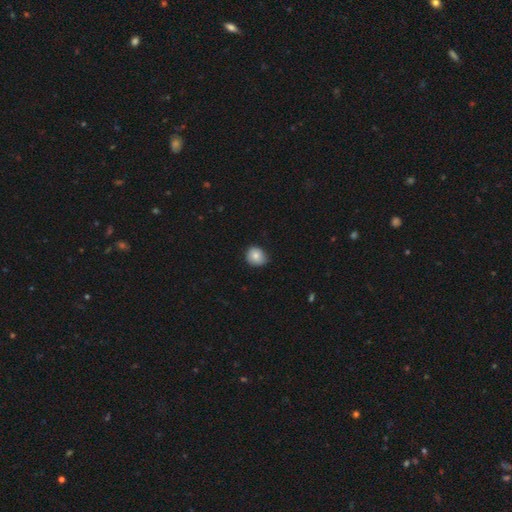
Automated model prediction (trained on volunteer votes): This appears to be a smooth galaxy with no disk features (81%) that is round (77%). Merging: none (73%).